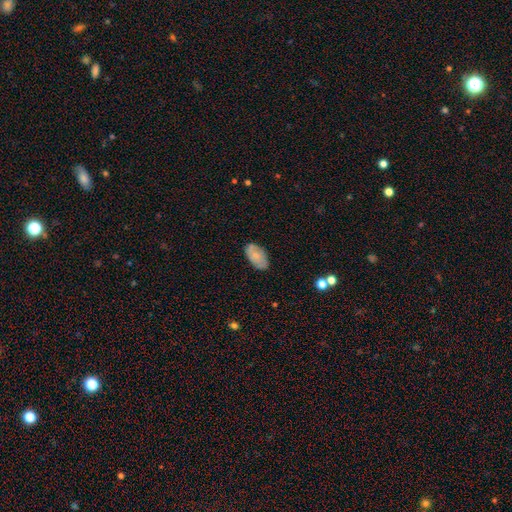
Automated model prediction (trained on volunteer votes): smooth 69%, featured or disk 24%, star or artifact 7%. Down the decision tree: how rounded — in between (94%); merging — none (77%).